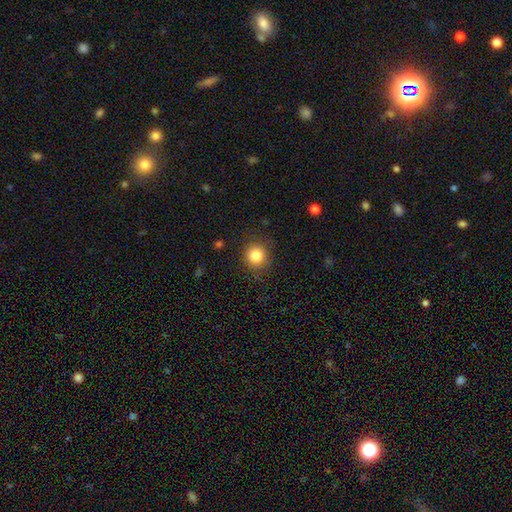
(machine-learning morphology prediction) A smooth galaxy with no disk features (84%) that is round (88%). Merging: none (83%).